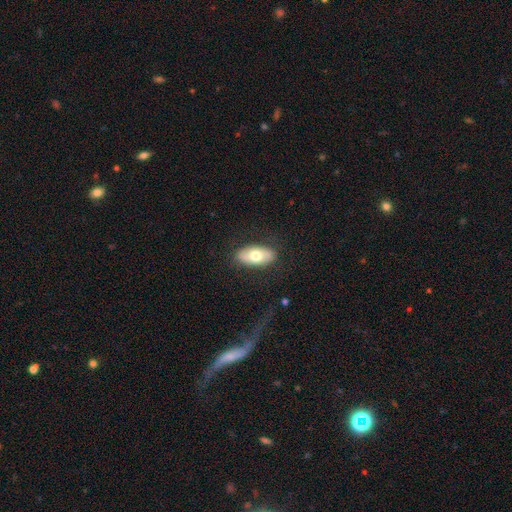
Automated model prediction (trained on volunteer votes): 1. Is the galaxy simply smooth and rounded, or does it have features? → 68% smooth, 26% featured or disk, 6% star or artifact.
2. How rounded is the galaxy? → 90% in between, 7% cigar-shaped, 3% round.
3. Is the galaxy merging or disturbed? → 84% none, 11% minor disturbance, 4% major disturbance, 1% merger.